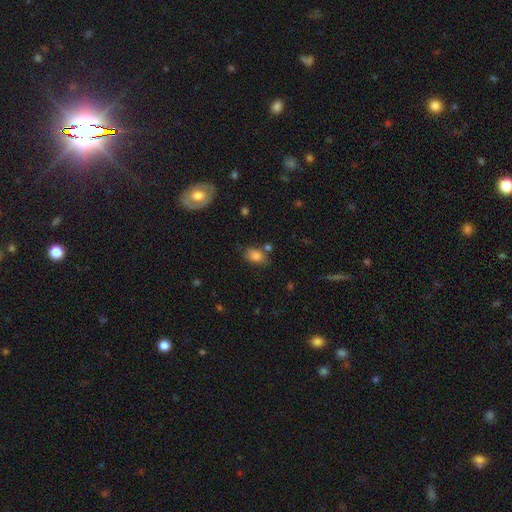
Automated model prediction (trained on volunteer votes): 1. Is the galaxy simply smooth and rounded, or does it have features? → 82% smooth, 10% star or artifact, 8% featured or disk.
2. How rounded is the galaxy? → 83% in between, 15% round, 2% cigar-shaped.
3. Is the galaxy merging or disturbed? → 67% none, 19% minor disturbance, 9% merger, 5% major disturbance.